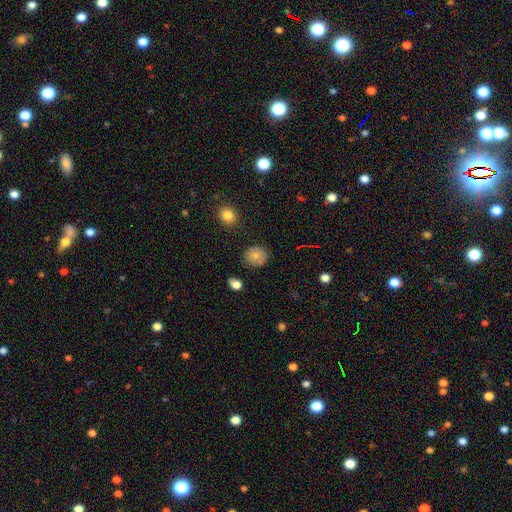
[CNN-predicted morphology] Smooth or featured? Predicted: smooth (p=0.77). How rounded? Predicted: round (p=0.78). Merging? Predicted: none (p=0.82).